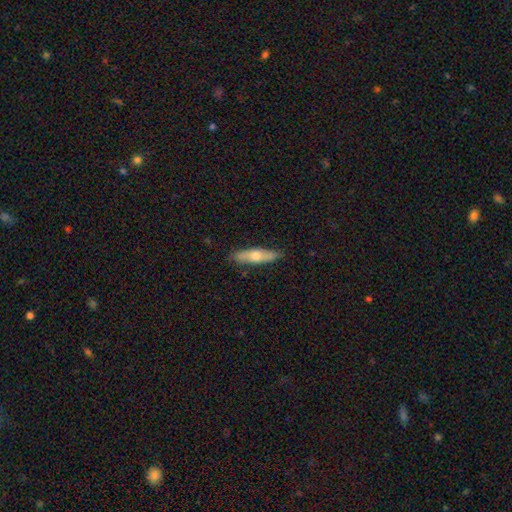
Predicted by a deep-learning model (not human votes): Q: Smooth or featured?
A: smooth (54%); runner-up: featured or disk (40%)
Q: How rounded?
A: cigar-shaped (68%); runner-up: in between (30%)
Q: Merging?
A: none (85%); runner-up: minor disturbance (11%)